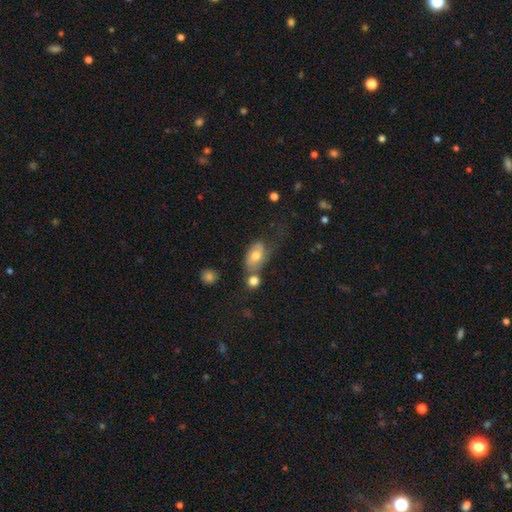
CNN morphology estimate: Q: Smooth or featured?
A: smooth (67%); runner-up: featured or disk (24%)
Q: How rounded?
A: in between (86%); runner-up: round (11%)
Q: Merging?
A: none (40%); runner-up: minor disturbance (23%)